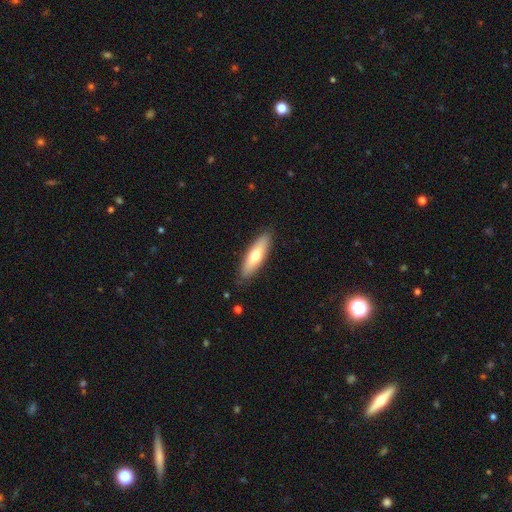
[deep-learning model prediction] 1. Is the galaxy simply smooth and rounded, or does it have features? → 64% smooth, 30% featured or disk, 5% star or artifact.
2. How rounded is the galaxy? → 51% cigar-shaped, 47% in between, 2% round.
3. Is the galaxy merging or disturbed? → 87% none, 10% minor disturbance, 2% major disturbance, 1% merger.